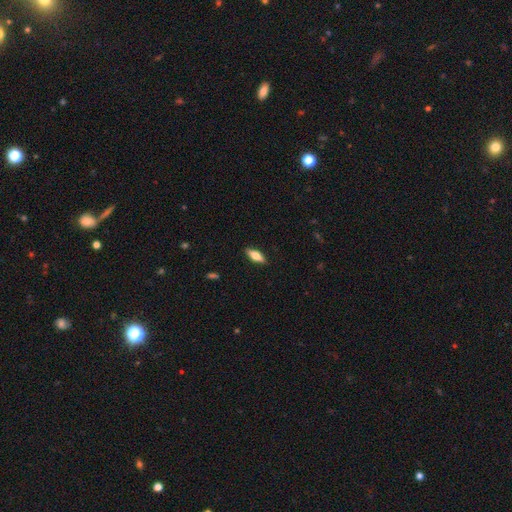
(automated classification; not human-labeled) Morphology: type=smooth (62%); roundness=in between (66%); merging=none (89%).